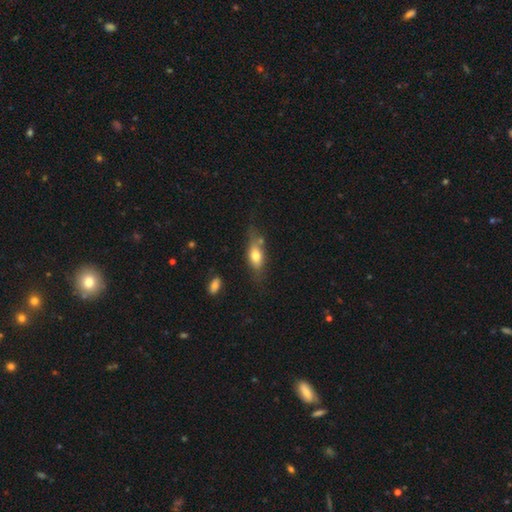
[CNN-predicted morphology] type=smooth (68%); roundness=in between (71%); merging=none (56%).